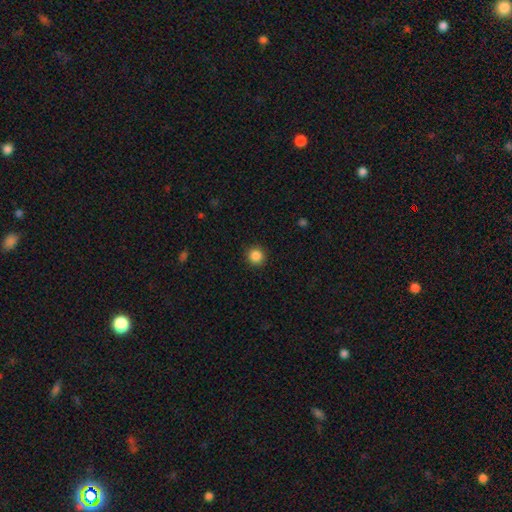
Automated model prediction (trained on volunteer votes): A smooth galaxy with no disk features (87%) that is round (94%).

Vote fractions:
- Smooth or featured? smooth: 87% / star or artifact: 10% / featured or disk: 3%
- How rounded? round: 94% / in between: 5% / cigar-shaped: 1%
- Merging? none: 91% / minor disturbance: 6% / major disturbance: 2% / merger: 1%